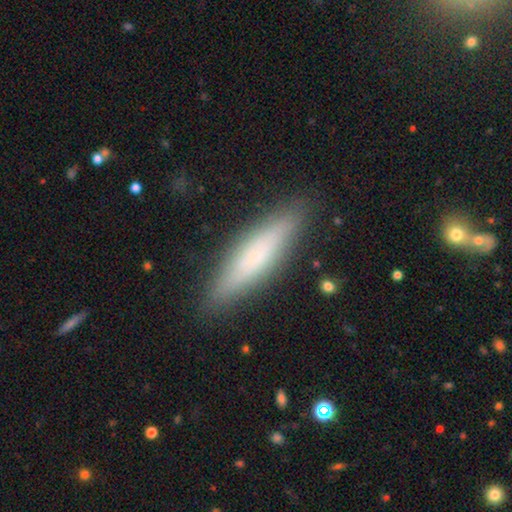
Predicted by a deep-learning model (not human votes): Morphology: type=smooth (60%); roundness=cigar-shaped (81%); merging=none (88%).